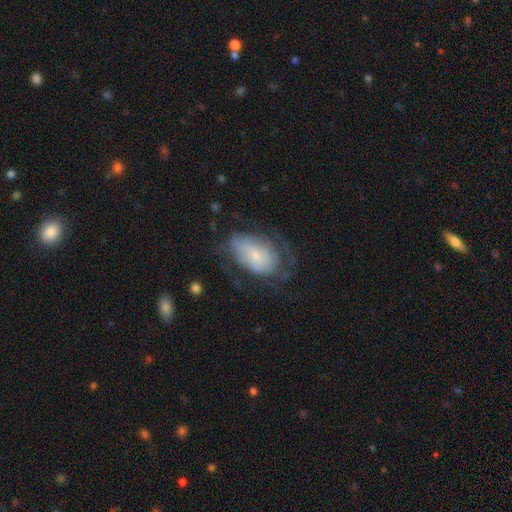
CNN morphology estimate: Smooth or featured?
  - featured or disk: 47% *
  - smooth: 45%
  - star or artifact: 8%
Merging?
  - none: 45% *
  - minor disturbance: 28%
  - major disturbance: 25%
  - merger: 2%